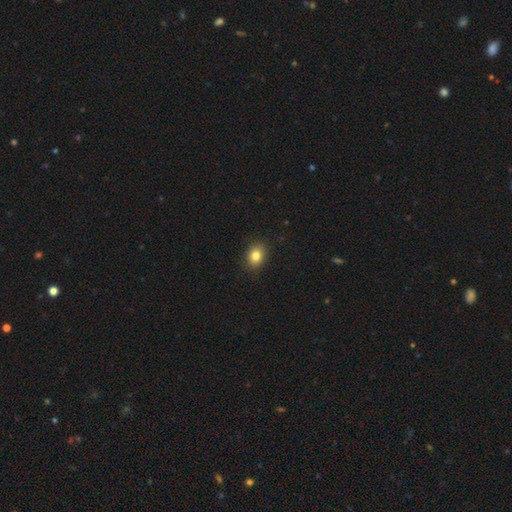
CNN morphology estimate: Smooth or featured? Predicted: smooth (p=0.82). How rounded? Predicted: in between (p=0.54). Merging? Predicted: none (p=0.89).